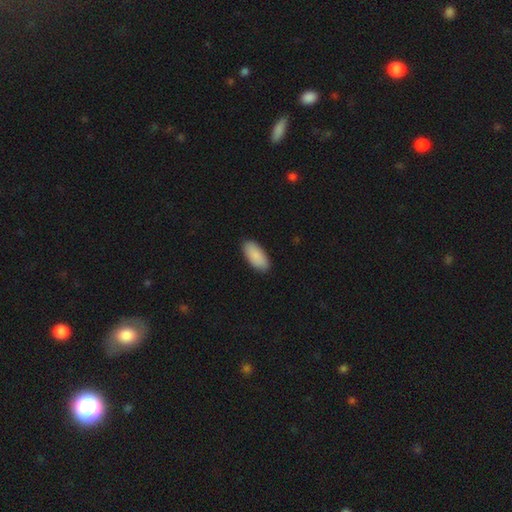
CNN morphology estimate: Overall: smooth (90%). How rounded: in between (92%). Merging: none (89%).